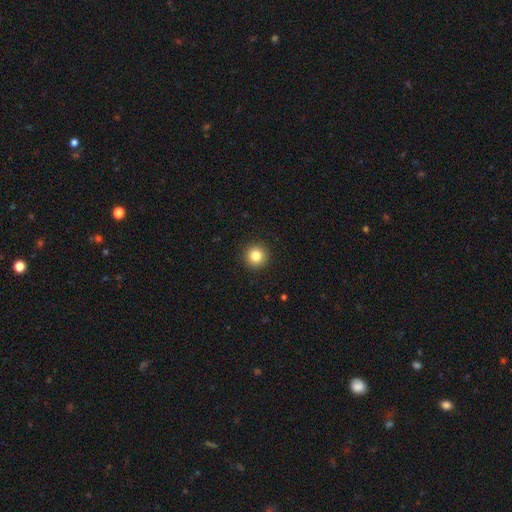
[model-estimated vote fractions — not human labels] A smooth galaxy with no disk features (83%) that is round (96%). Merging: none (93%).